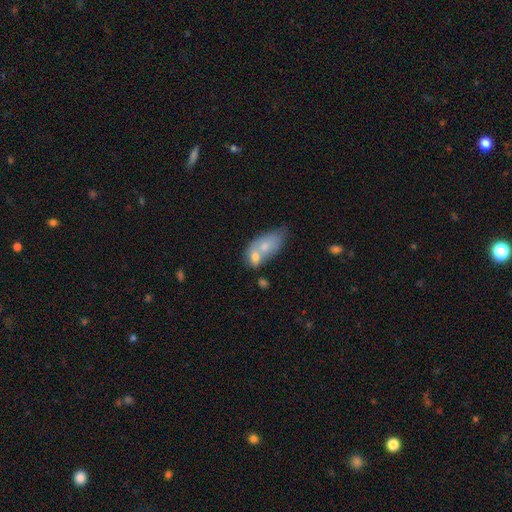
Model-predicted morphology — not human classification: Smooth or featured: smooth — 63% (featured or disk — 29%)
How rounded: in between — 84% (round — 11%)
Merging: merger — 57% (none — 21%)